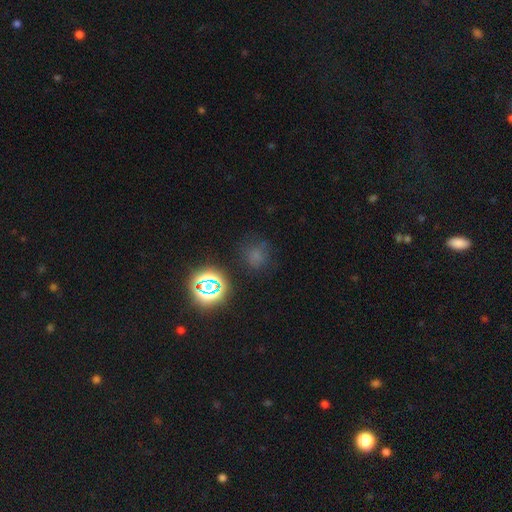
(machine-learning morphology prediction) Smooth or featured: smooth — 55% (star or artifact — 35%)
How rounded: round — 83% (in between — 16%)
Merging: none — 70% (minor disturbance — 17%)